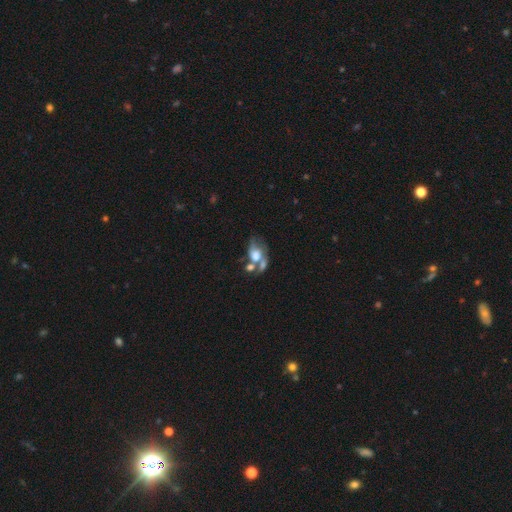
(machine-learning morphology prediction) Overall: featured or disk (48%; smooth 41%). Merging: merger (50%; major disturbance 20%).